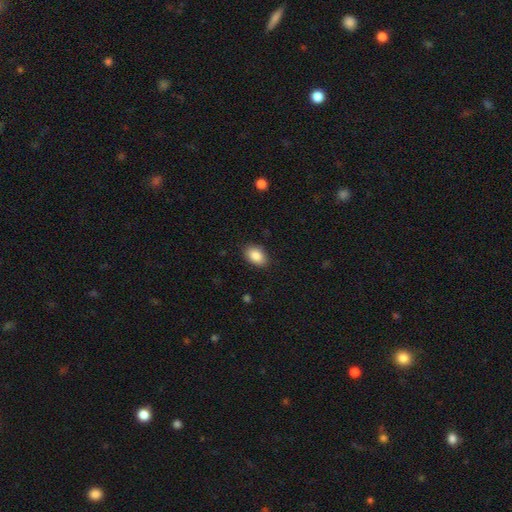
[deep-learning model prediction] smooth 88%, star or artifact 7%, featured or disk 5%. Down the decision tree: how rounded — in between (87%); merging — none (86%).